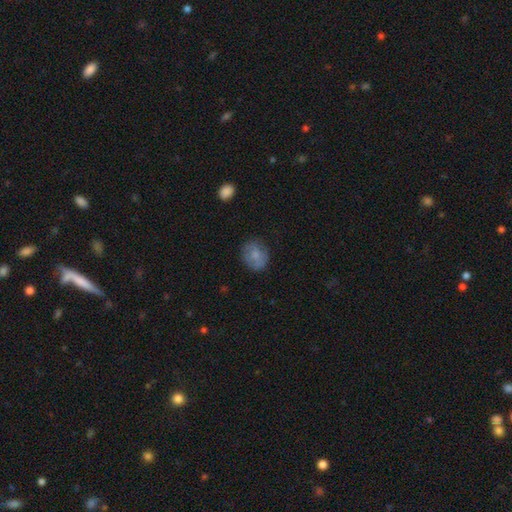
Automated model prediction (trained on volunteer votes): Overall: smooth (74%). How rounded: round (68%; in between 31%). Merging: none (74%).